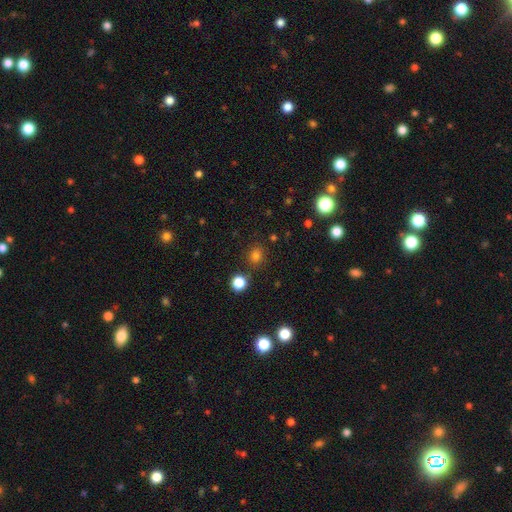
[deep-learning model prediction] This appears to be a smooth galaxy with no disk features (77%) that is round (80%). Merging: none (84%).